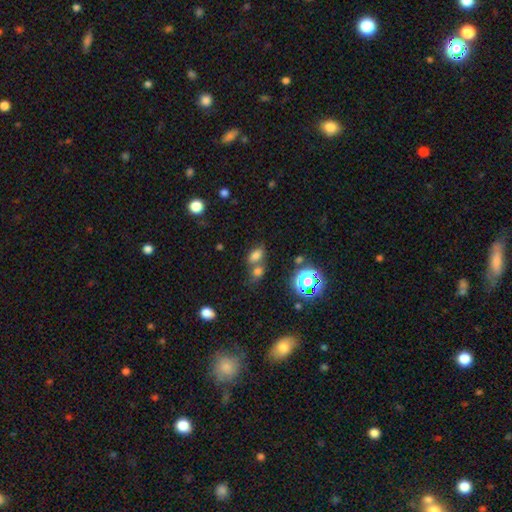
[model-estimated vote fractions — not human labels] Q: Smooth or featured?
A: smooth (68%); runner-up: star or artifact (23%)
Q: How rounded?
A: in between (79%); runner-up: round (18%)
Q: Merging?
A: merger (43%); runner-up: none (42%)